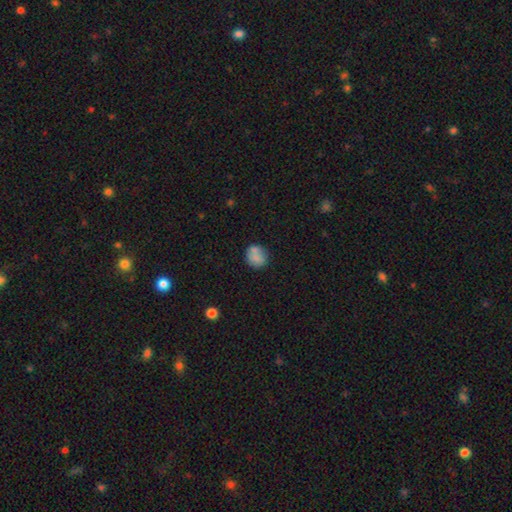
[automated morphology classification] This appears to be a smooth galaxy with no disk features (79%) that is round (79%). Merging: none (63%).